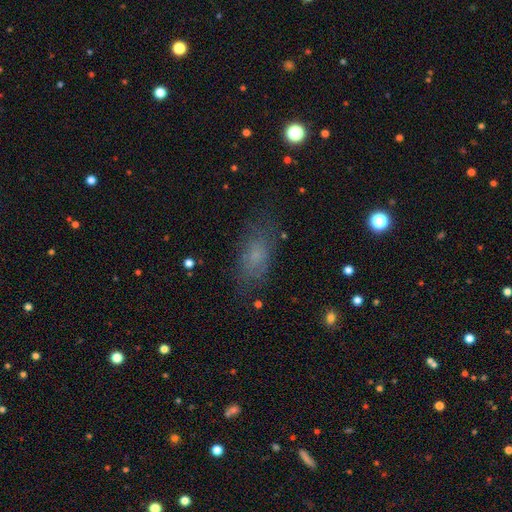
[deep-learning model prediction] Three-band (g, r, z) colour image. It shows a smooth galaxy with no disk features (62%) that is in between round and cigar-shaped (84%). Merging: none (73%).